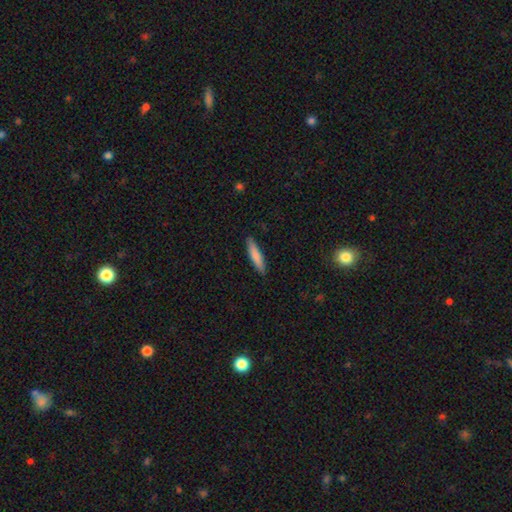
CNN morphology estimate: This appears to be a smooth galaxy with no disk features (82%) that is cigar-shaped (82%). Merging: none (89%).